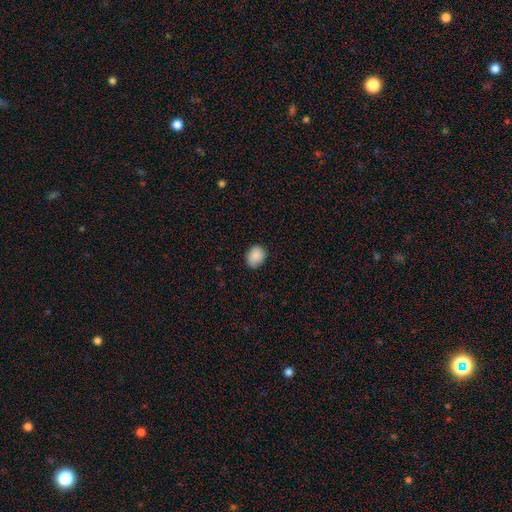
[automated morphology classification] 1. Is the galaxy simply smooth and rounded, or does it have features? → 88% smooth, 7% star or artifact, 4% featured or disk.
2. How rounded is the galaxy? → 55% round, 44% in between, 1% cigar-shaped.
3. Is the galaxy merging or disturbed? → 83% none, 14% minor disturbance, 3% major disturbance, 1% merger.